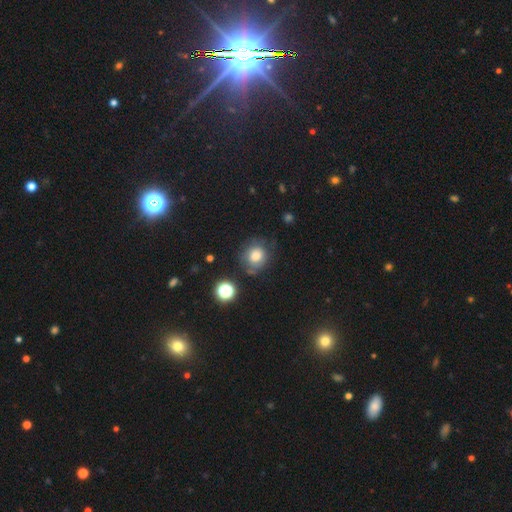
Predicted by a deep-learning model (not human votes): The model was most divided on "merging": none: 68%, minor disturbance: 20%, major disturbance: 8%, merger: 4%. More confident: how rounded — round (80%); smooth or featured — smooth (75%).